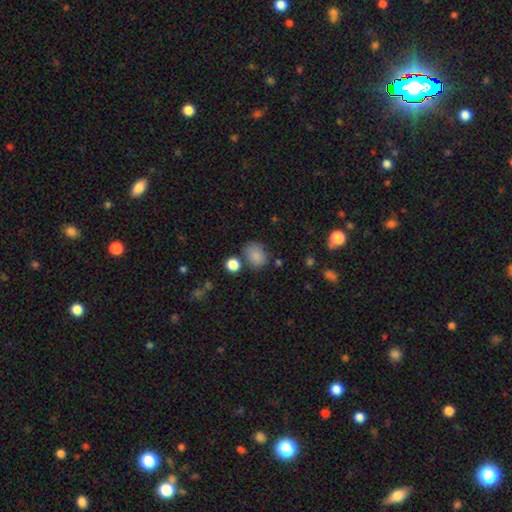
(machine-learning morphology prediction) This is clearly a smooth galaxy (84%). How rounded: likely in between (61%). Merging: likely none (69%).